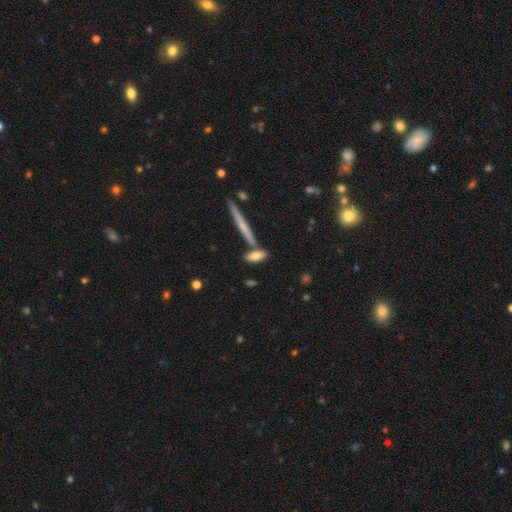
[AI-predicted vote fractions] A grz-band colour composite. It shows a smooth galaxy with no disk features (75%) that is in between round and cigar-shaped (61%). Merging: none (67%).